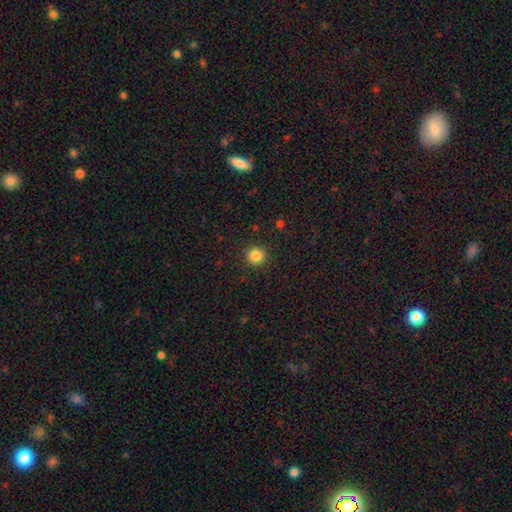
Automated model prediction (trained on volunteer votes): Morphology: type=smooth (85%); roundness=round (94%); merging=none (92%).